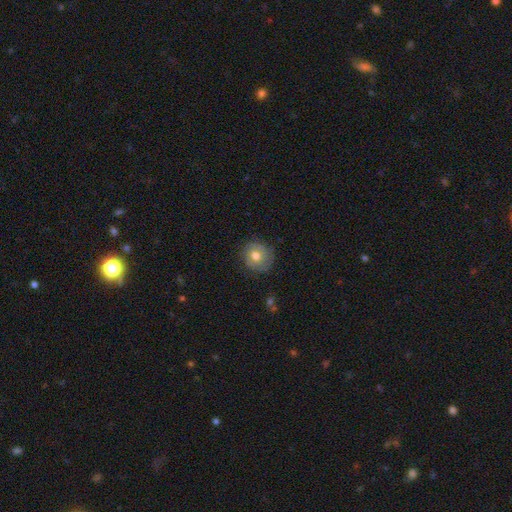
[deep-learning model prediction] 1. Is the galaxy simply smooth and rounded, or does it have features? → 63% smooth, 28% featured or disk, 9% star or artifact.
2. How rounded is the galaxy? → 89% round, 11% in between, 1% cigar-shaped.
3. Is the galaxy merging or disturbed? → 80% none, 15% minor disturbance, 4% major disturbance, 1% merger.